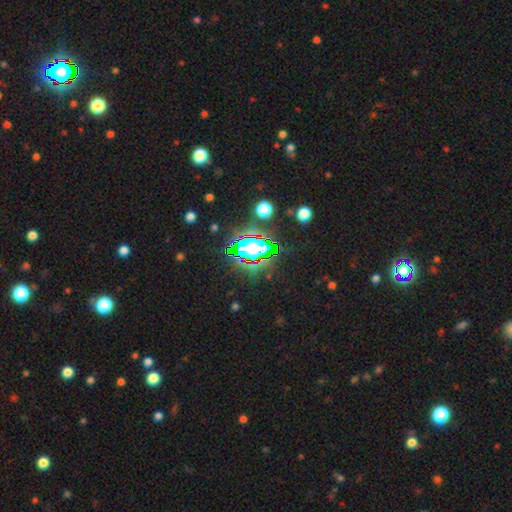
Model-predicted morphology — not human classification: This is likely a star or artifact rather than a galaxy (71%).